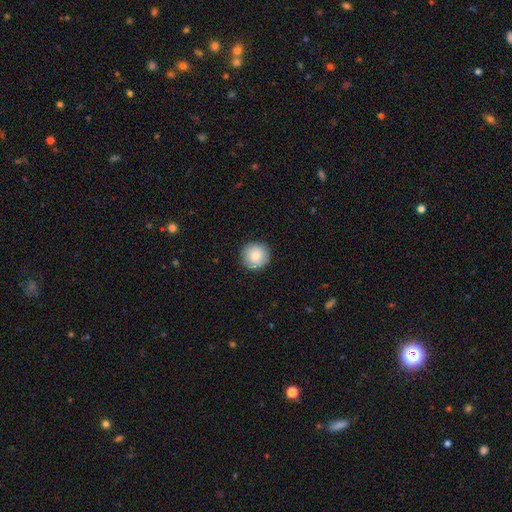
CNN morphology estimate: Smooth or featured? Predicted: smooth (p=0.84). How rounded? Predicted: round (p=0.94). Merging? Predicted: none (p=0.90).